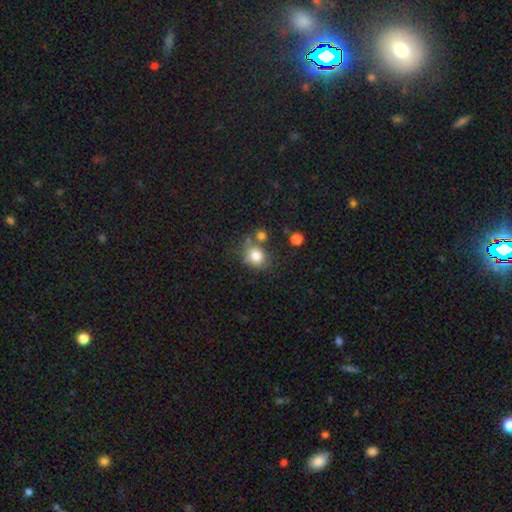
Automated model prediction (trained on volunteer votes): Smooth or featured? smooth (79%)
How rounded? round (70%)
Merging? none (53%)